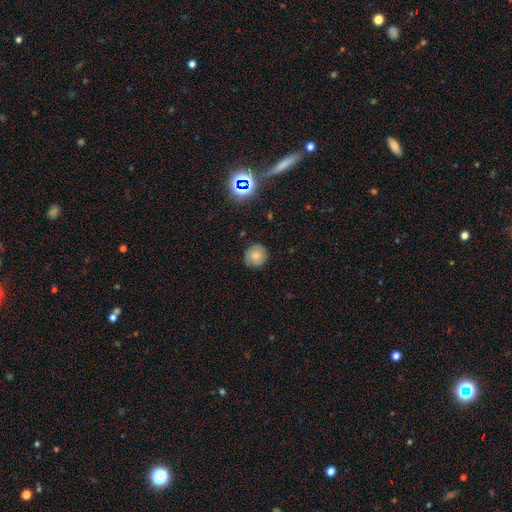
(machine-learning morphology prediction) This is likely a smooth galaxy (74%). How rounded: clearly round (92%). Merging: clearly none (85%).